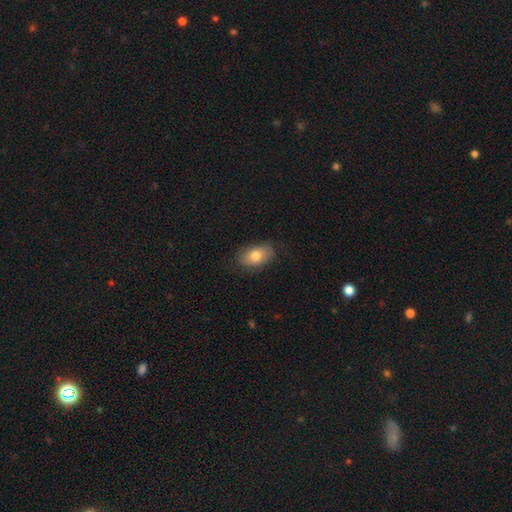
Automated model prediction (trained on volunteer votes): Morphology: type=smooth (78%); roundness=in between (90%); merging=none (77%).